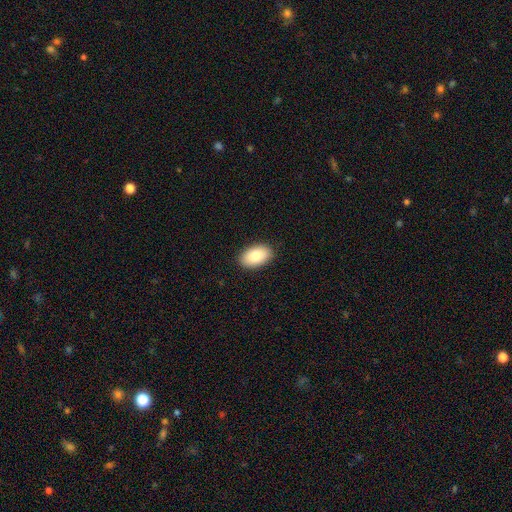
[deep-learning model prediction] Smooth or featured: smooth — 84% (featured or disk — 10%)
How rounded: in between — 93% (round — 6%)
Merging: none — 89% (minor disturbance — 8%)